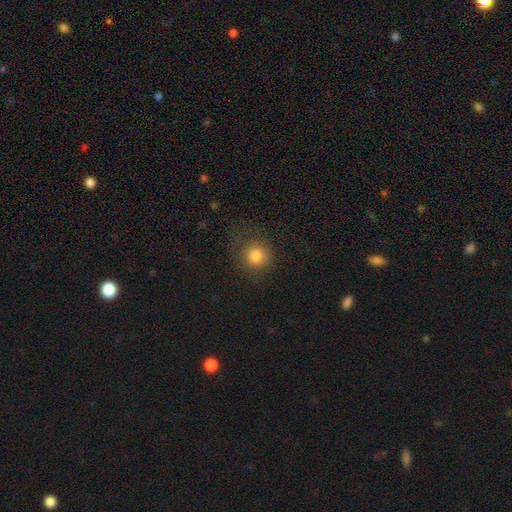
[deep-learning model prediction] The model was most divided on "merging": none: 78%, minor disturbance: 13%, major disturbance: 7%, merger: 1%. More confident: how rounded — round (90%); smooth or featured — smooth (82%).